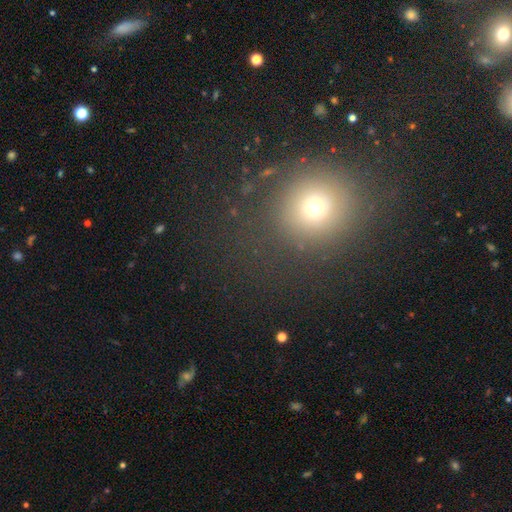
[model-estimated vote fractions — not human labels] Smooth or featured: smooth — 60% (star or artifact — 30%)
How rounded: round — 86% (in between — 13%)
Merging: none — 81% (minor disturbance — 10%)